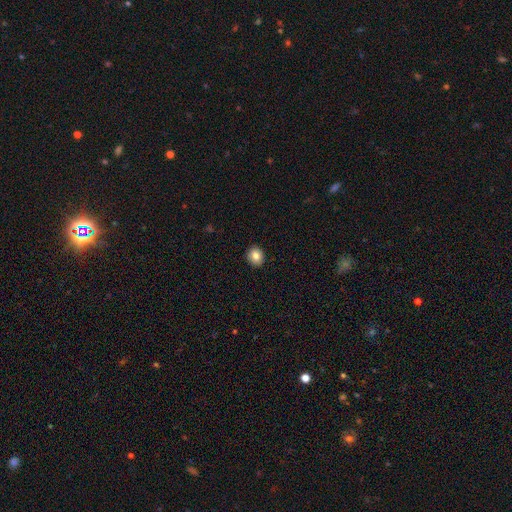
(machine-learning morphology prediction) smooth 83%, star or artifact 9%, featured or disk 8%. Down the decision tree: how rounded — round (76%); merging — none (92%).